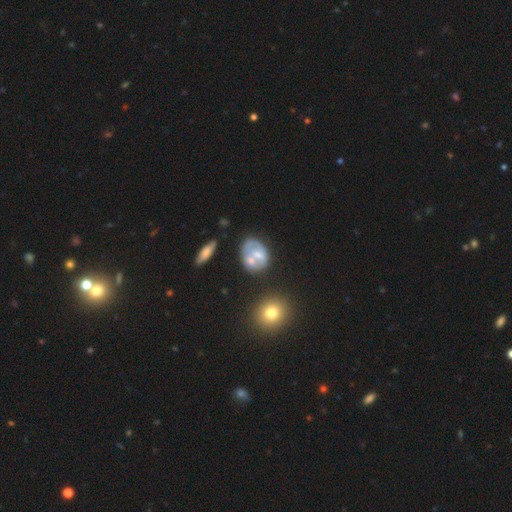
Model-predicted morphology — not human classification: Smooth or featured? featured or disk (49%)
Merging? none (36%)